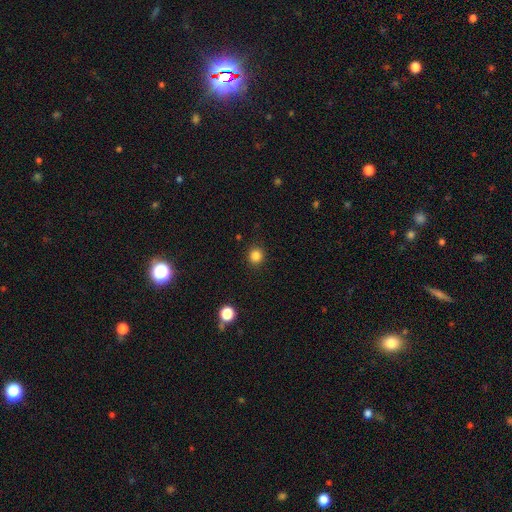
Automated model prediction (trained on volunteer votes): The model was most divided on "smooth or featured": smooth: 84%, star or artifact: 12%, featured or disk: 4%. More confident: merging — none (91%); how rounded — round (90%).